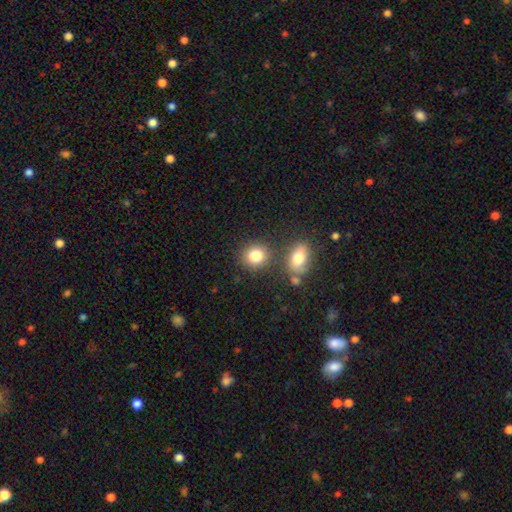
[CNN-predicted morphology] Q: Smooth or featured?
A: smooth (82%); runner-up: star or artifact (10%)
Q: How rounded?
A: round (75%); runner-up: in between (24%)
Q: Merging?
A: none (72%); runner-up: merger (14%)